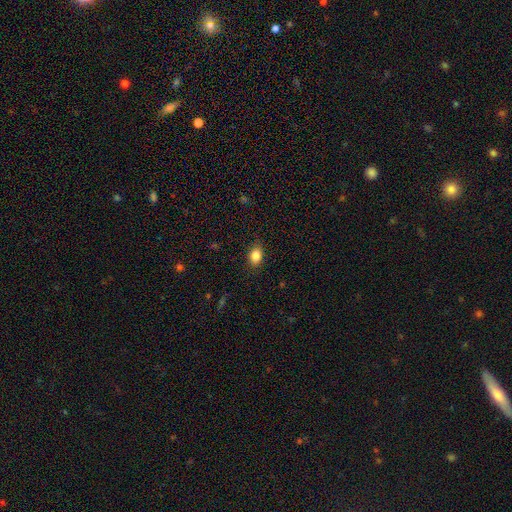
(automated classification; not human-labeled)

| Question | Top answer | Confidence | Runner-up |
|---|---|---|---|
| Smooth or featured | smooth | 85% | star or artifact (9%) |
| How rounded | in between | 72% | round (27%) |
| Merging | none | 86% | minor disturbance (11%) |